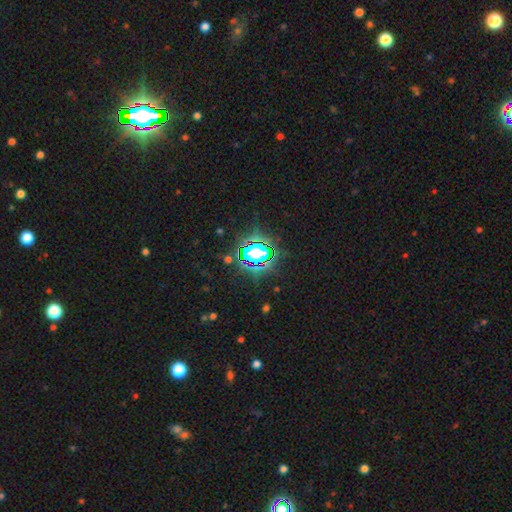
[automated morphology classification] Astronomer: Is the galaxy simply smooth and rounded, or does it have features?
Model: star or artifact — 79%.